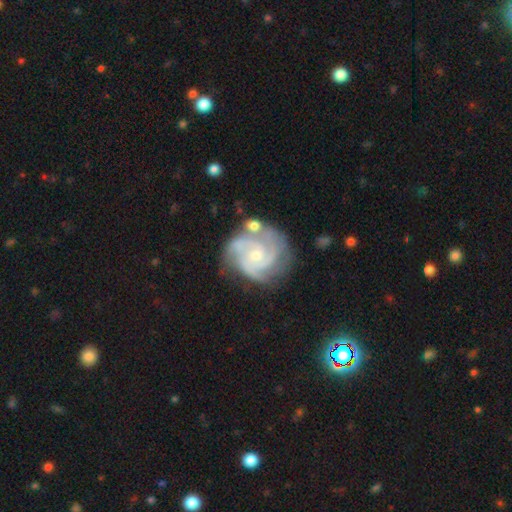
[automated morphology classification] A featured or disk galaxy (89%) with no bar (71%), 3 (53%) tight (58%) spiral arms (98%) and a small central bulge (70%). Merging: none (63%).